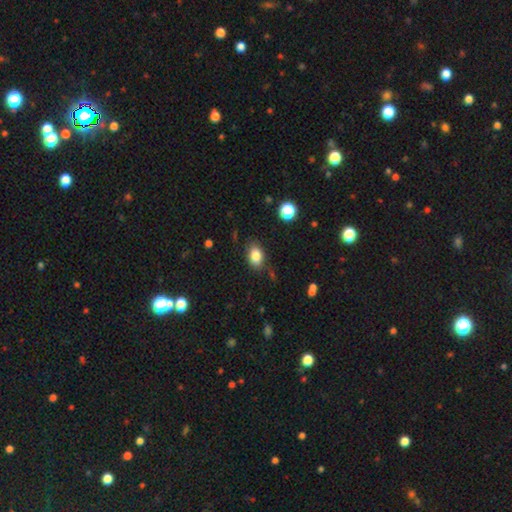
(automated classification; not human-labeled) smooth-or-featured: smooth: 84% | star or artifact: 9% | featured or disk: 7%
  how-rounded: in between: 81% | round: 17% | cigar-shaped: 1%
  merging: none: 79% | minor disturbance: 15% | major disturbance: 4% | merger: 2%